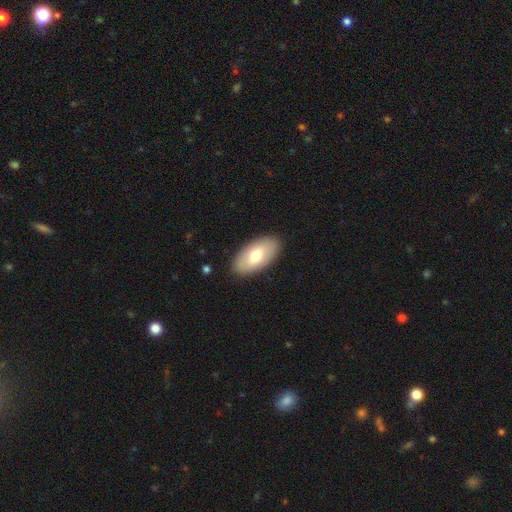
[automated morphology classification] smooth_or_featured: smooth (p=0.70) [alt: featured or disk p=0.25]
how_rounded: in between (p=0.94) [alt: cigar-shaped p=0.04]
merging: none (p=0.88) [alt: minor disturbance p=0.09]